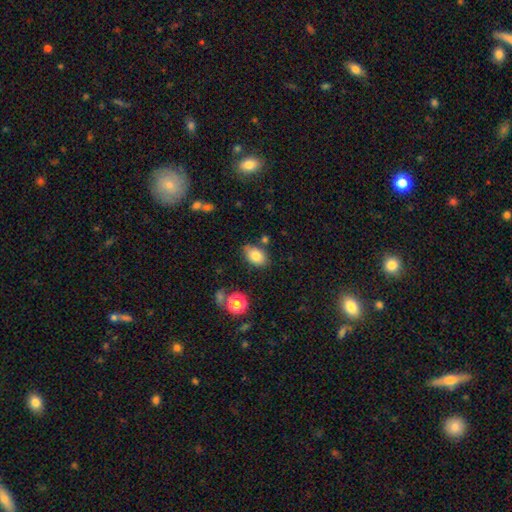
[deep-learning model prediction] Overall: smooth (81%). How rounded: in between (83%). Merging: none (74%).